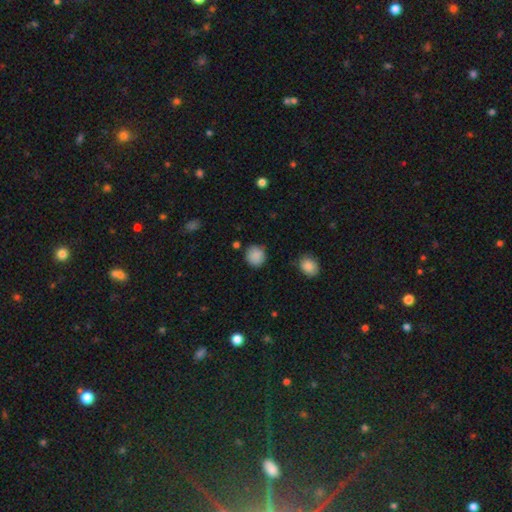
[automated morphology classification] Smooth or featured?
  - smooth: 88% *
  - star or artifact: 8%
  - featured or disk: 4%
How rounded?
  - round: 88% *
  - in between: 11%
  - cigar-shaped: 1%
Merging?
  - none: 83% *
  - minor disturbance: 11%
  - major disturbance: 3%
  - merger: 2%